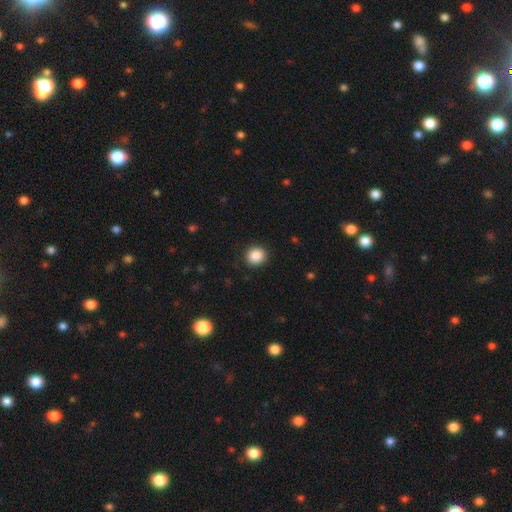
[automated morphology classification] Smooth or featured? smooth (89%)
How rounded? round (86%)
Merging? none (90%)